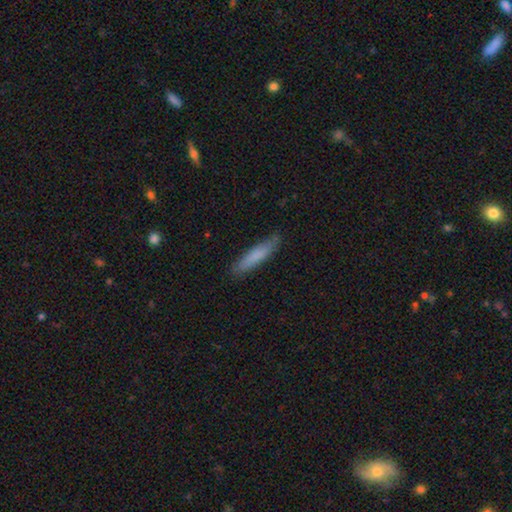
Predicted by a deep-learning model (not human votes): This is likely a smooth galaxy (78%). How rounded: clearly cigar-shaped (88%). Merging: clearly none (84%).